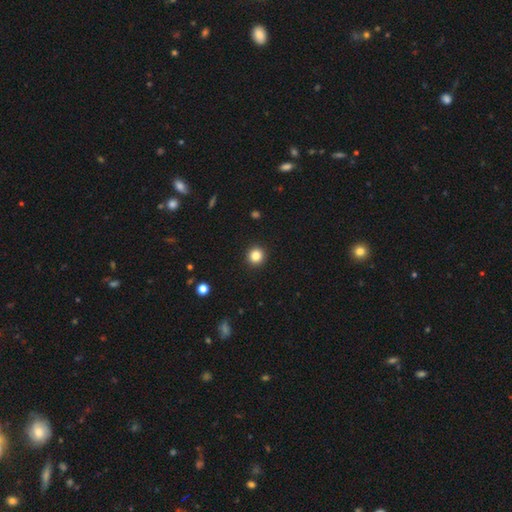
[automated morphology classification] Smooth or featured: smooth — 83% (star or artifact — 12%)
How rounded: round — 95% (in between — 4%)
Merging: none — 93% (minor disturbance — 4%)